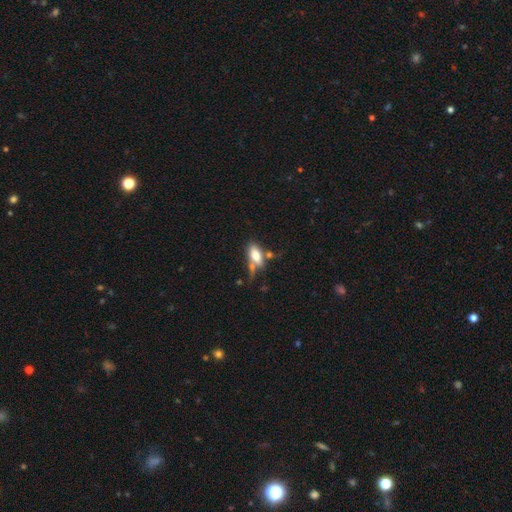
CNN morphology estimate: A smooth galaxy with no disk features (70%) that is in between round and cigar-shaped (81%).

Vote fractions:
- Smooth or featured? smooth: 70% / featured or disk: 21% / star or artifact: 9%
- How rounded? in between: 81% / cigar-shaped: 15% / round: 4%
- Merging? none: 39% / merger: 27% / minor disturbance: 20% / major disturbance: 14%